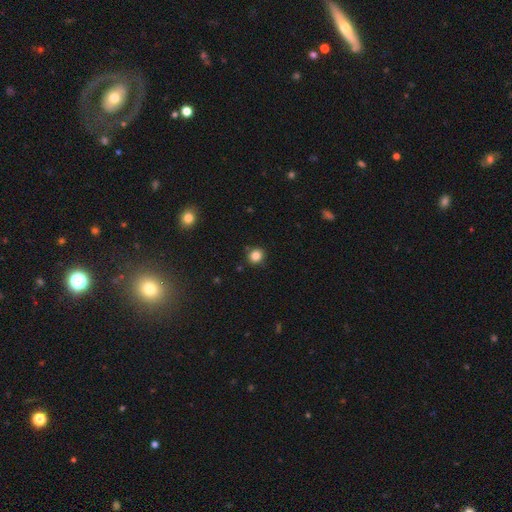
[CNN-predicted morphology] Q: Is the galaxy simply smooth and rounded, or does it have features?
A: smooth — 84%.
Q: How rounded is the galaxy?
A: round — 88%.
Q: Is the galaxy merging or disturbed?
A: none — 88%.